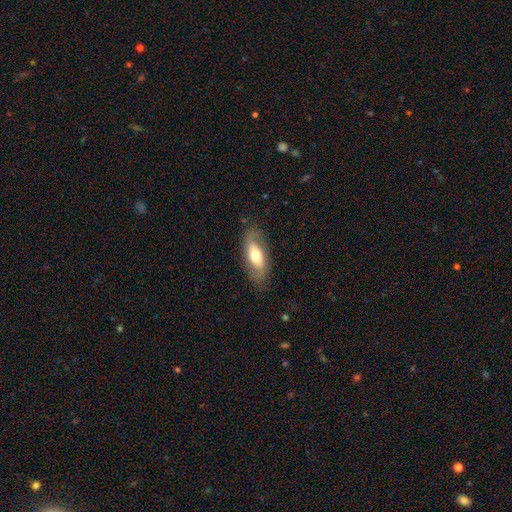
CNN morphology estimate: Smooth or featured? Predicted: smooth (p=0.53). How rounded? Predicted: in between (p=0.82). Merging? Predicted: none (p=0.77).